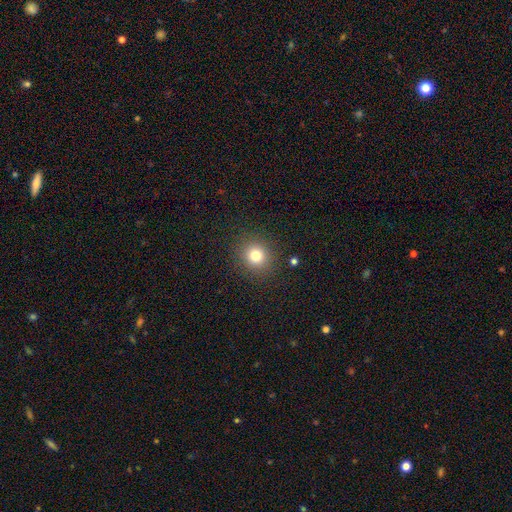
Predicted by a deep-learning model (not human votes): Q: Smooth or featured?
A: smooth (80%); runner-up: star or artifact (13%)
Q: How rounded?
A: round (88%); runner-up: in between (11%)
Q: Merging?
A: none (89%); runner-up: minor disturbance (7%)